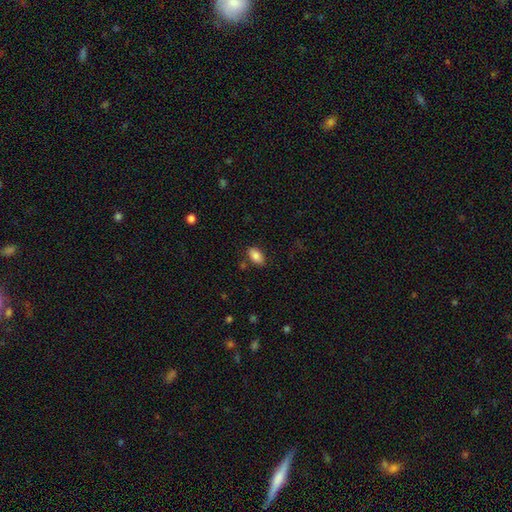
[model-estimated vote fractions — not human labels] Smooth or featured?
  - smooth: 85% *
  - star or artifact: 8%
  - featured or disk: 7%
How rounded?
  - in between: 93% *
  - round: 5%
  - cigar-shaped: 2%
Merging?
  - none: 83% *
  - minor disturbance: 11%
  - merger: 3%
  - major disturbance: 3%